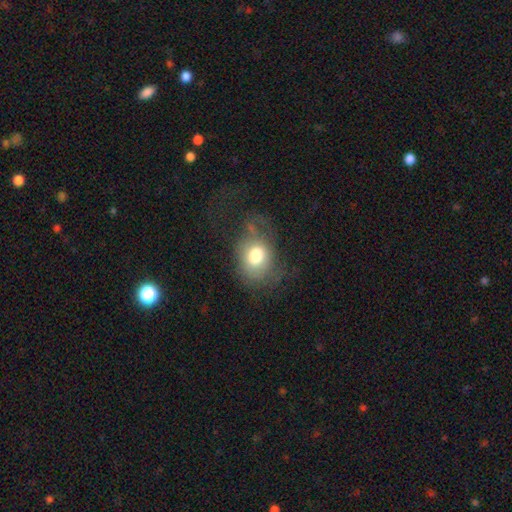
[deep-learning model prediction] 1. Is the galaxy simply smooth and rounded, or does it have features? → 70% smooth, 19% featured or disk, 11% star or artifact.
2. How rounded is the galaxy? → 50% round, 49% in between, 1% cigar-shaped.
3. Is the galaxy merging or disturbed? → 46% none, 27% major disturbance, 25% minor disturbance, 2% merger.